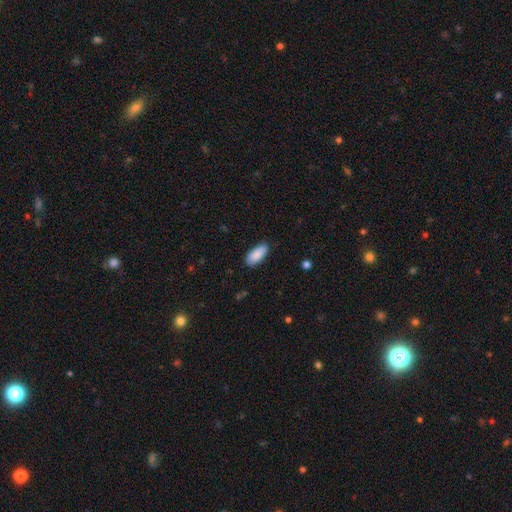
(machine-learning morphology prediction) Overall: smooth (90%). How rounded: in between (88%). Merging: none (86%).